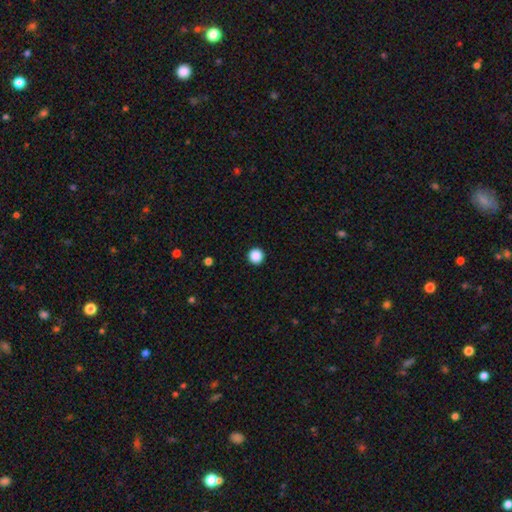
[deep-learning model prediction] A smooth galaxy with no disk features (88%) that is round (96%).

Vote fractions:
- Smooth or featured? smooth: 88% / star or artifact: 10% / featured or disk: 2%
- How rounded? round: 96% / in between: 3% / cigar-shaped: 1%
- Merging? none: 94% / minor disturbance: 4% / major disturbance: 1% / merger: 1%